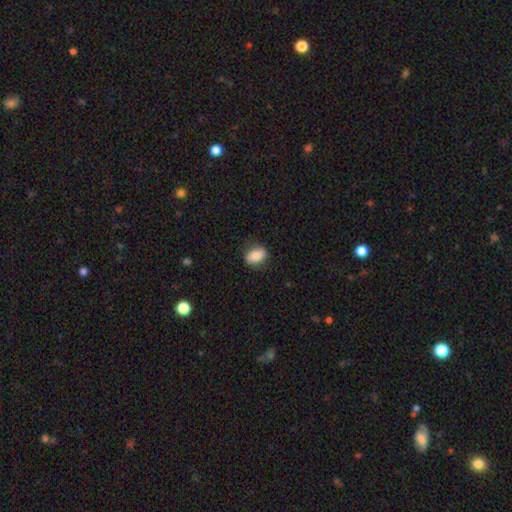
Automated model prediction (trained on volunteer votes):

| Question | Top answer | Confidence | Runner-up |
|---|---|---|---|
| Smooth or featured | smooth | 82% | featured or disk (10%) |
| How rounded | in between | 77% | round (21%) |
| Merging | none | 80% | minor disturbance (15%) |